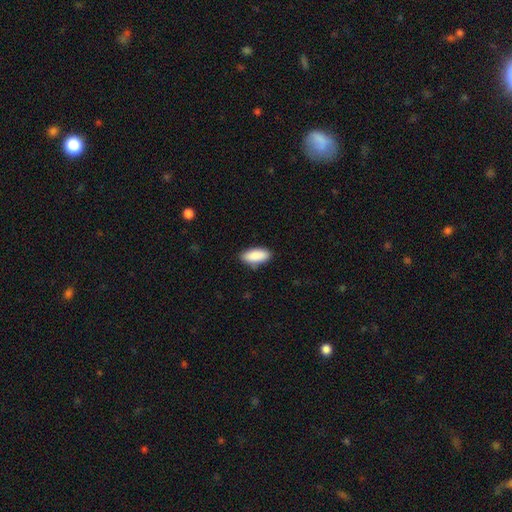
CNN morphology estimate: A smooth galaxy with no disk features (90%) that is in between round and cigar-shaped (88%). Merging: none (84%).